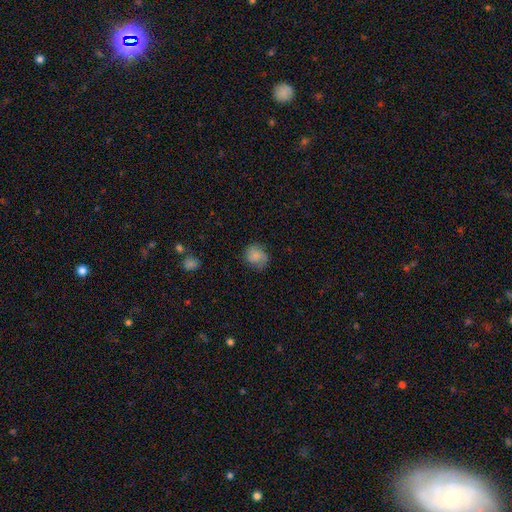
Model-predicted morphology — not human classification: This is likely a smooth galaxy (78%). How rounded: likely round (72%). Merging: likely none (73%).